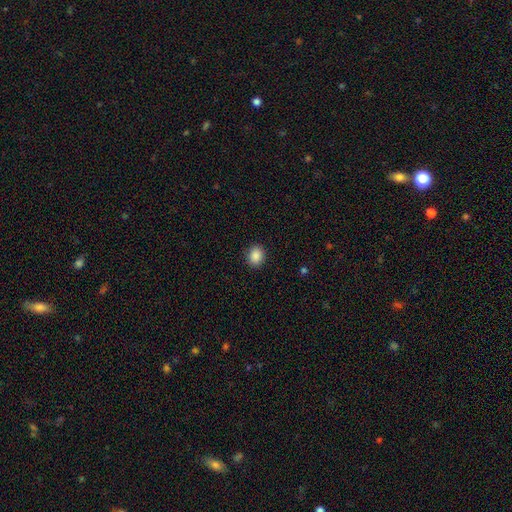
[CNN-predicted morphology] Q: Smooth or featured?
A: smooth (88%); runner-up: star or artifact (9%)
Q: How rounded?
A: round (54%); runner-up: in between (45%)
Q: Merging?
A: none (90%); runner-up: minor disturbance (7%)